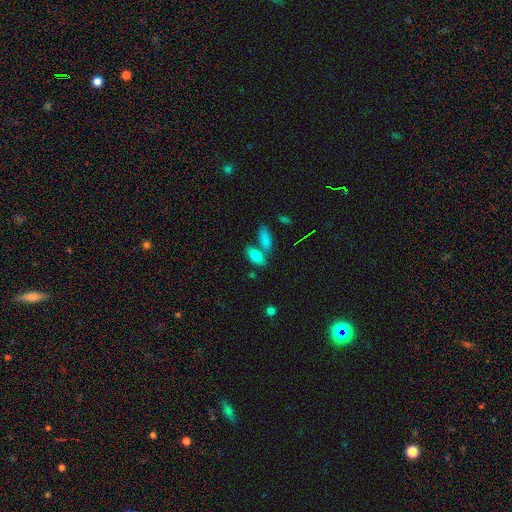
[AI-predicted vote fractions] Overall: smooth (80%). How rounded: in between (84%). Merging: none (55%; merger 30%).